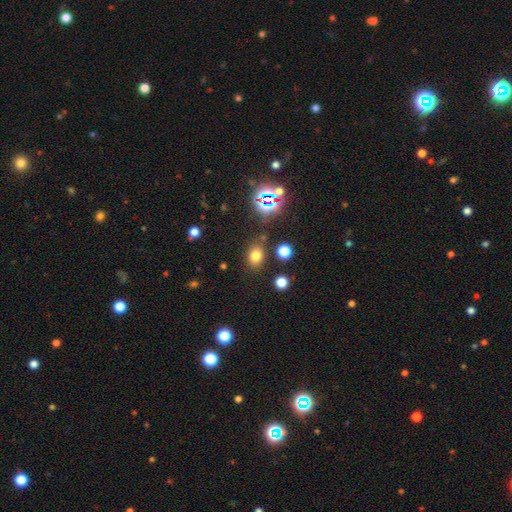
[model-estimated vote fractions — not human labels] smooth_or_featured: smooth (p=0.72) [alt: star or artifact p=0.21]
how_rounded: in between (p=0.59) [alt: round p=0.40]
merging: none (p=0.79) [alt: minor disturbance p=0.11]